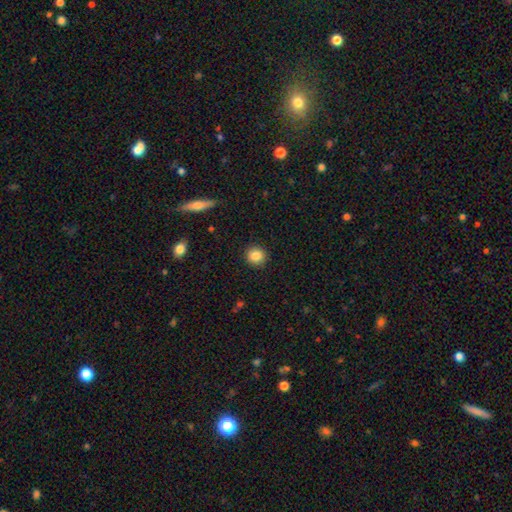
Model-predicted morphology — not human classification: Smooth or featured: smooth — 85% (star or artifact — 9%)
How rounded: round — 90% (in between — 9%)
Merging: none — 91% (minor disturbance — 6%)